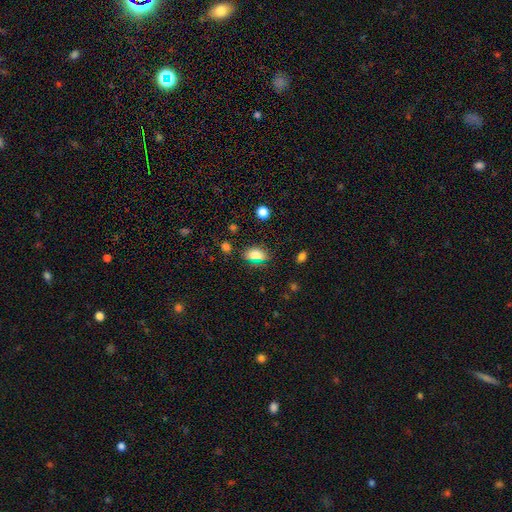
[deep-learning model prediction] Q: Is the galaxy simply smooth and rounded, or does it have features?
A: smooth — 80%.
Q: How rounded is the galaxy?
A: in between — 86%.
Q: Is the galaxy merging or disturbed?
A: none — 74%.